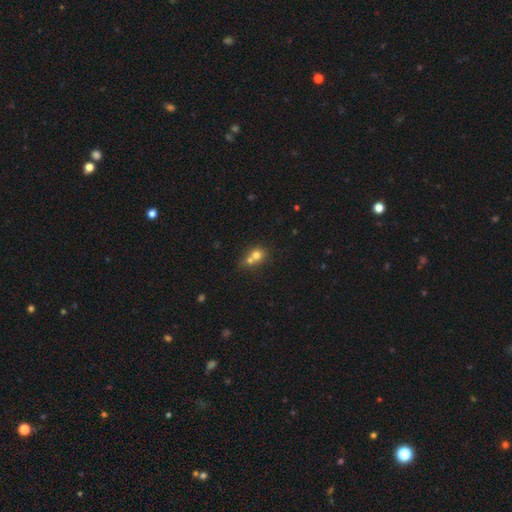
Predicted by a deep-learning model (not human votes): Overall: smooth (71%). How rounded: round (77%). Merging: merger (60%; none 30%).